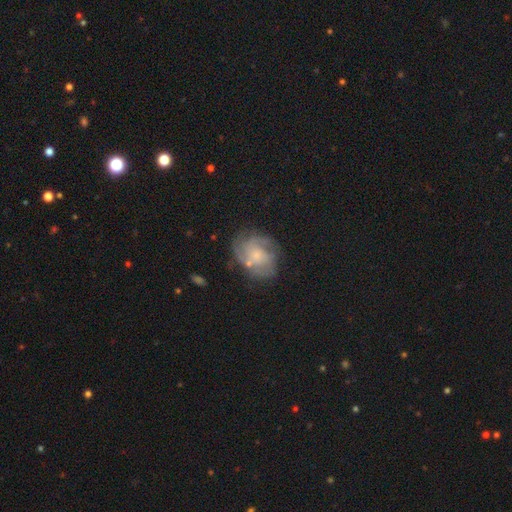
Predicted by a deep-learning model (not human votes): Smooth or featured? Predicted: featured or disk (p=0.68). Edge-on disk? Predicted: no (p=0.98). Bar? Predicted: no (p=0.76). Spiral arms? Predicted: yes (p=0.84). Spiral winding? Predicted: tight (p=0.43). Spiral arm count? Predicted: can't tell (p=0.35). Bulge size? Predicted: small (p=0.58). Merging? Predicted: none (p=0.61).